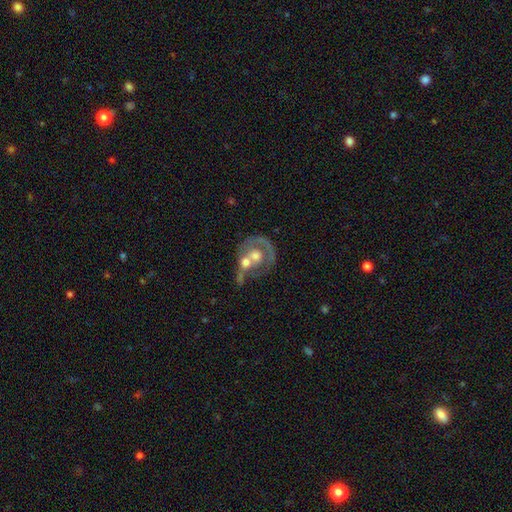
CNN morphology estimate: A featured or disk galaxy (62%) with no bar (88%), no spiral arms (70%) and a moderate central bulge (60%). Merging: merger (49%).